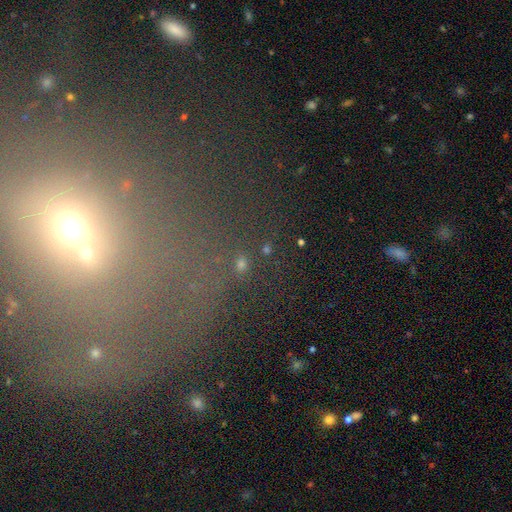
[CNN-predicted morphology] Q: Smooth or featured?
A: star or artifact (48%); runner-up: smooth (32%)